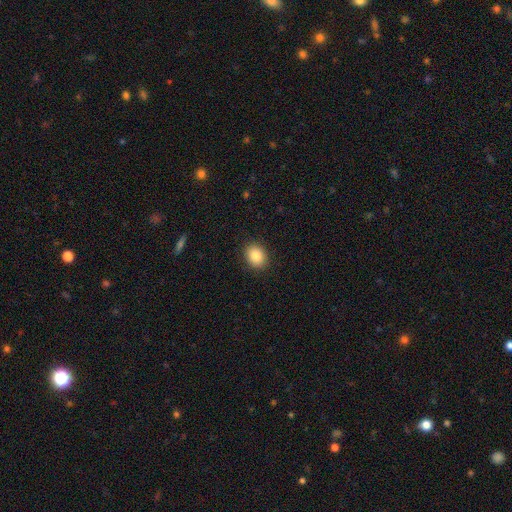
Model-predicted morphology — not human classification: Q: Smooth or featured?
A: smooth (86%); runner-up: star or artifact (8%)
Q: How rounded?
A: in between (53%); runner-up: round (46%)
Q: Merging?
A: none (90%); runner-up: minor disturbance (7%)